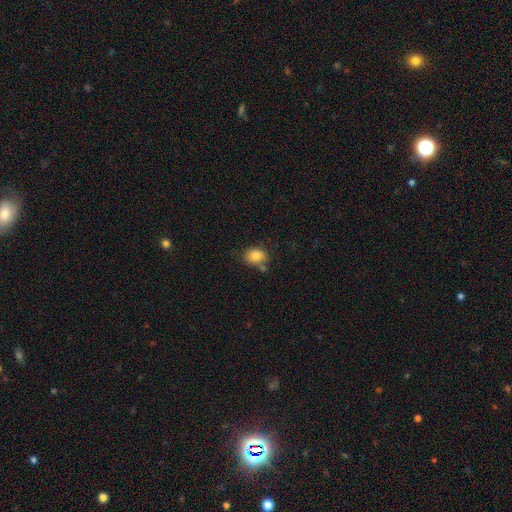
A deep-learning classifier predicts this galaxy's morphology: A smooth galaxy with no disk features (83%) that is in between round and cigar-shaped (61%).

Vote fractions:
- Smooth or featured? smooth: 83% / star or artifact: 9% / featured or disk: 8%
- How rounded? in between: 61% / round: 38% / cigar-shaped: 1%
- Merging? none: 67% / minor disturbance: 17% / merger: 12% / major disturbance: 4%